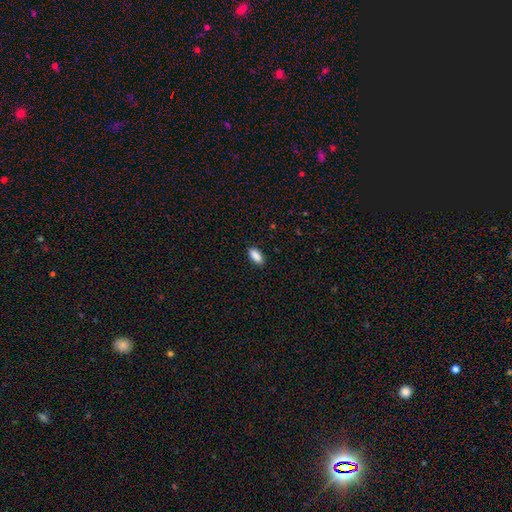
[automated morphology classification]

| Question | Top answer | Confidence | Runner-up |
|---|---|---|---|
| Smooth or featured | smooth | 89% | star or artifact (7%) |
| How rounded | in between | 87% | cigar-shaped (11%) |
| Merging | none | 89% | minor disturbance (8%) |